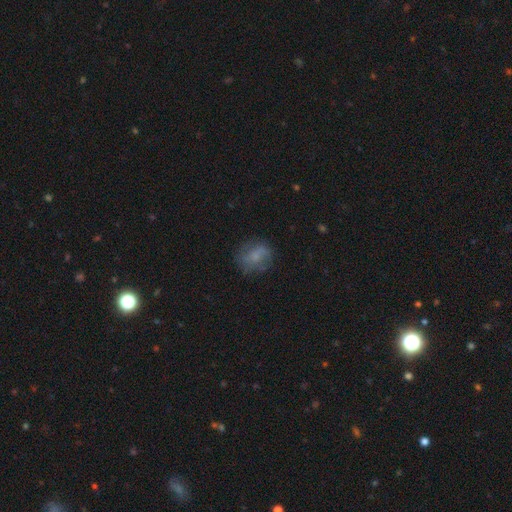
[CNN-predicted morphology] Overall: smooth (63%; featured or disk 26%). How rounded: round (55%; in between 43%). Merging: none (64%).